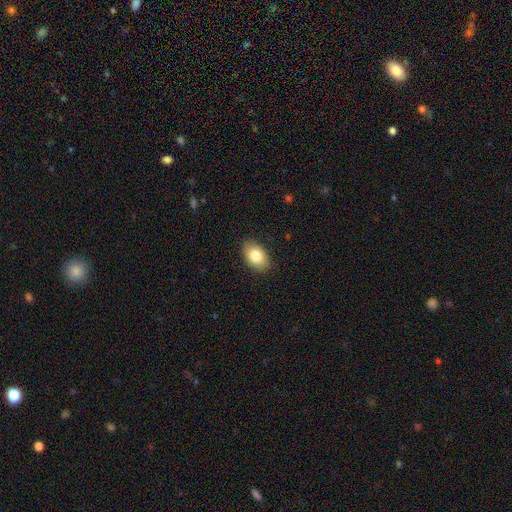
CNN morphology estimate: smooth 82%, featured or disk 11%, star or artifact 8%. Down the decision tree: how rounded — in between (87%); merging — none (87%).